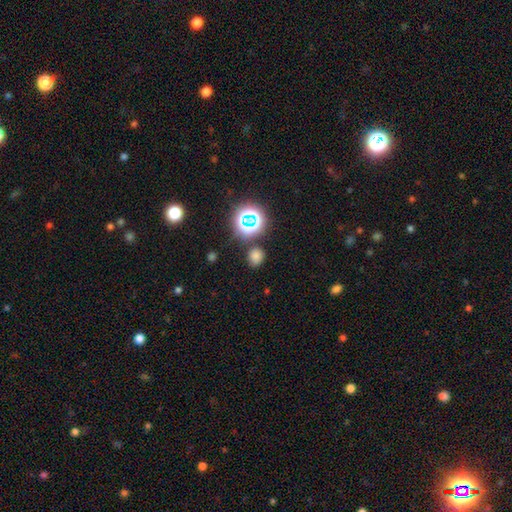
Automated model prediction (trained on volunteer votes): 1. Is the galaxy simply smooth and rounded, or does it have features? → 70% smooth, 25% star or artifact, 5% featured or disk.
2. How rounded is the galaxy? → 73% round, 26% in between, 1% cigar-shaped.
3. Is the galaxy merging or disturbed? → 81% none, 11% minor disturbance, 5% merger, 4% major disturbance.